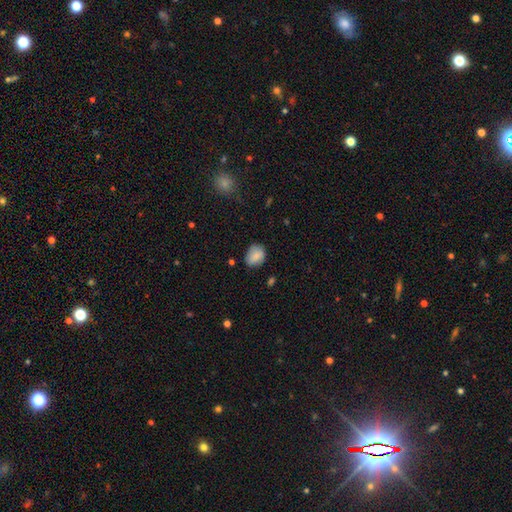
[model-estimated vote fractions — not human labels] A smooth galaxy with no disk features (84%) that is in between round and cigar-shaped (59%).

Vote fractions:
- Smooth or featured? smooth: 84% / star or artifact: 8% / featured or disk: 8%
- How rounded? in between: 59% / round: 40% / cigar-shaped: 1%
- Merging? none: 69% / minor disturbance: 24% / major disturbance: 5% / merger: 2%